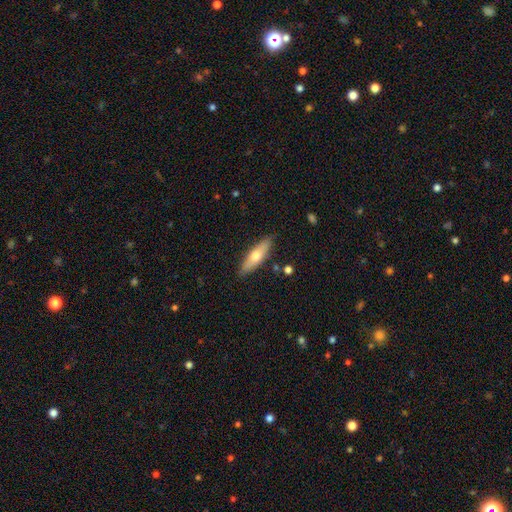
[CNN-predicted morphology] Smooth or featured? smooth (56%)
How rounded? cigar-shaped (61%)
Merging? none (86%)